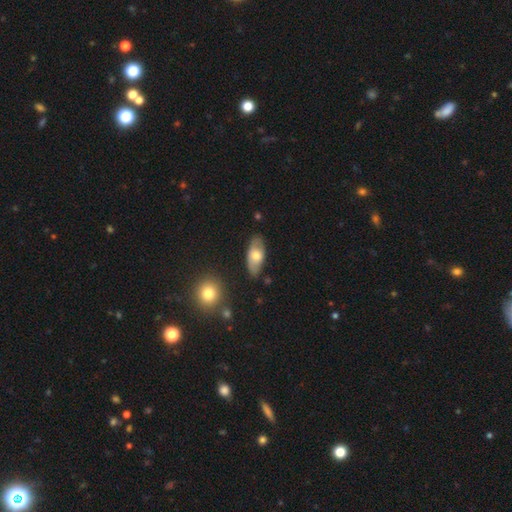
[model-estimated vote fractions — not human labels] This is likely a smooth galaxy (64%). How rounded: clearly in between (88%). Merging: likely none (76%).